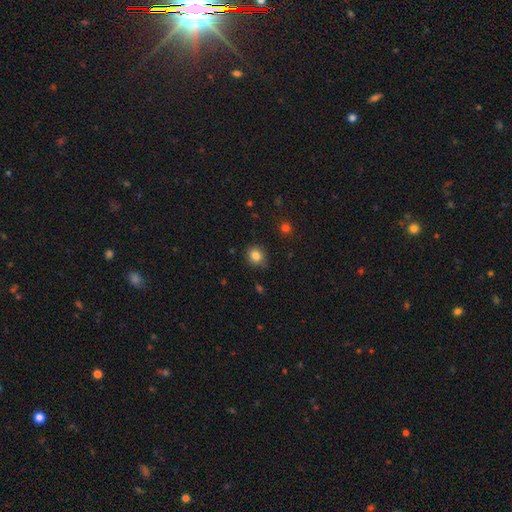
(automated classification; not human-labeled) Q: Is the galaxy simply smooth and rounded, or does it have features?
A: smooth — 84%.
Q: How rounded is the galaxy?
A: round — 74%.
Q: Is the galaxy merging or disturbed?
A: none — 81%.